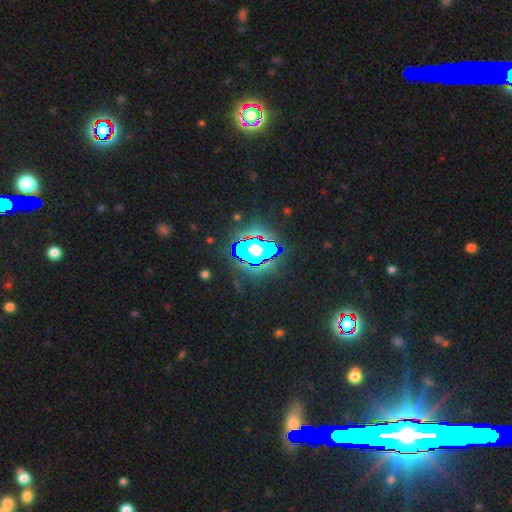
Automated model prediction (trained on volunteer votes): Morphology: type=star or artifact (67%).